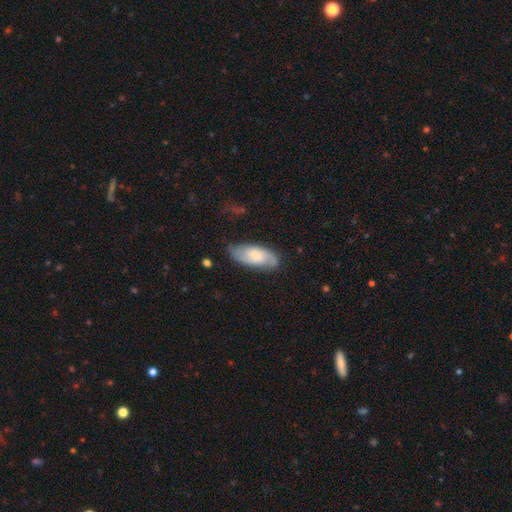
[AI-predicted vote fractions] This appears to be a featured or disk galaxy (61%) with no bar (57%), 2 (78%) medium (45%) spiral arms (91%) and a small central bulge (53%). Merging: none (74%).